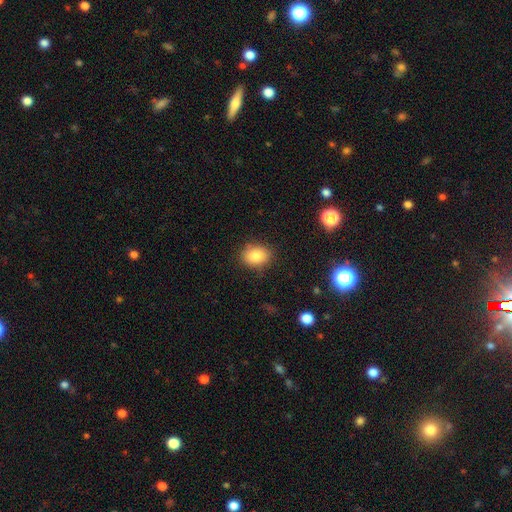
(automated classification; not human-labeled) A smooth galaxy with no disk features (85%) that is in between round and cigar-shaped (60%).

Vote fractions:
- Smooth or featured? smooth: 85% / star or artifact: 9% / featured or disk: 6%
- How rounded? in between: 60% / round: 39% / cigar-shaped: 1%
- Merging? none: 83% / minor disturbance: 12% / major disturbance: 3% / merger: 1%